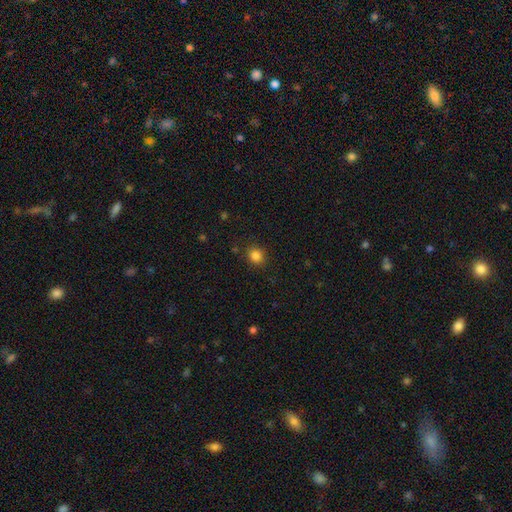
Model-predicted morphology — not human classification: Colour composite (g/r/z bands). It shows a smooth galaxy with no disk features (84%) that is round (83%). Merging: none (88%).